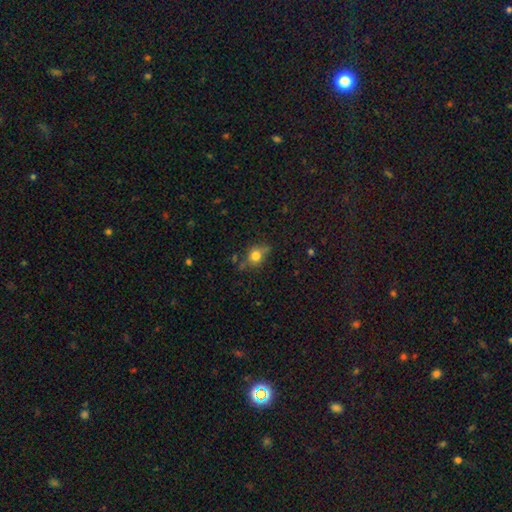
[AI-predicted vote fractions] Q: Smooth or featured?
A: smooth (74%); runner-up: featured or disk (14%)
Q: How rounded?
A: round (59%); runner-up: in between (38%)
Q: Merging?
A: none (64%); runner-up: minor disturbance (23%)